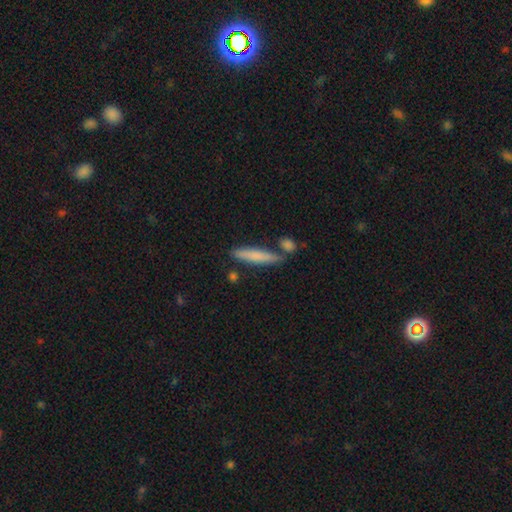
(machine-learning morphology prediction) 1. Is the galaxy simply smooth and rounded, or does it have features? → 74% smooth, 20% featured or disk, 6% star or artifact.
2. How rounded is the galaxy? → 88% cigar-shaped, 10% in between, 2% round.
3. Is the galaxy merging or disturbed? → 73% none, 13% minor disturbance, 11% merger, 3% major disturbance.